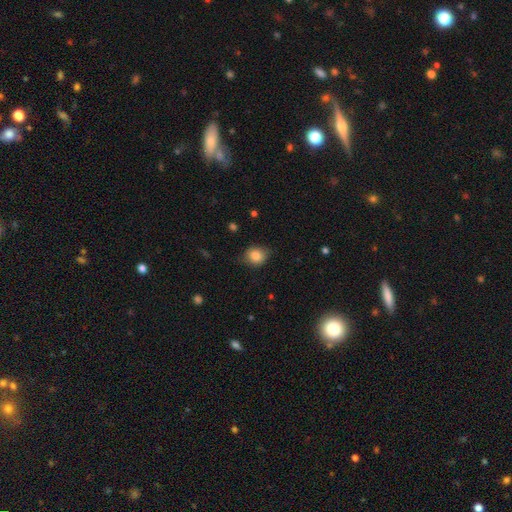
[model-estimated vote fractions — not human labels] This appears to be a smooth galaxy with no disk features (83%) that is round (66%). Merging: none (74%).